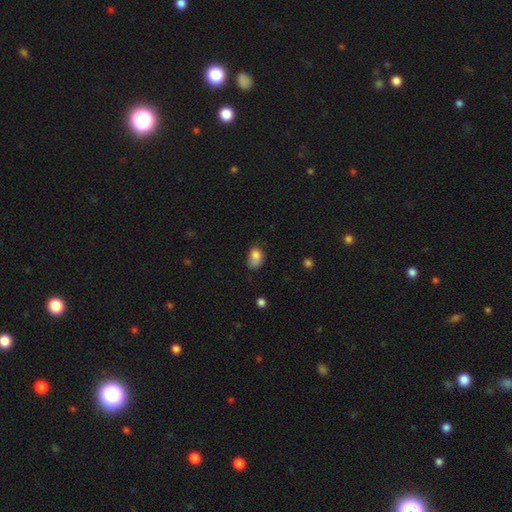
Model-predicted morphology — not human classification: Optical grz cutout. It shows a smooth galaxy with no disk features (80%) that is in between round and cigar-shaped (75%). Merging: none (40%).